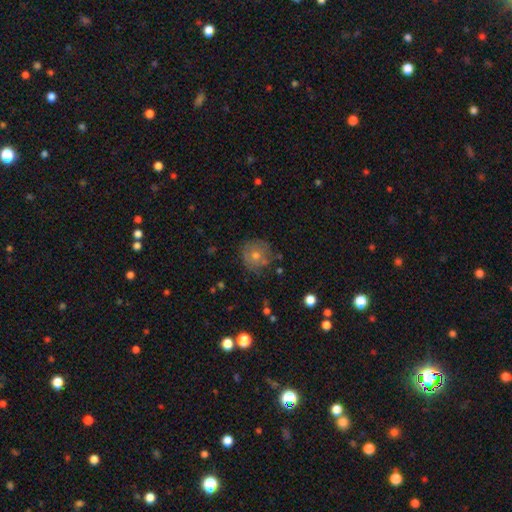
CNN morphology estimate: Smooth or featured: smooth — 56% (featured or disk — 27%)
How rounded: round — 92% (in between — 7%)
Merging: none — 80% (minor disturbance — 14%)